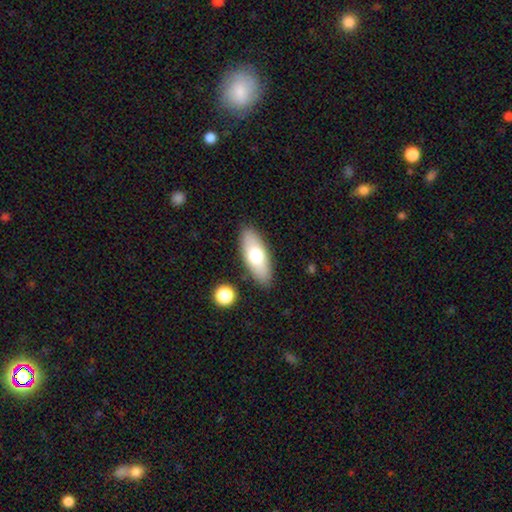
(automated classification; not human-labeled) A smooth galaxy with no disk features (68%) that is in between round and cigar-shaped (76%).

Vote fractions:
- Smooth or featured? smooth: 68% / featured or disk: 25% / star or artifact: 6%
- How rounded? in between: 76% / cigar-shaped: 22% / round: 3%
- Merging? none: 86% / minor disturbance: 9% / major disturbance: 2% / merger: 2%